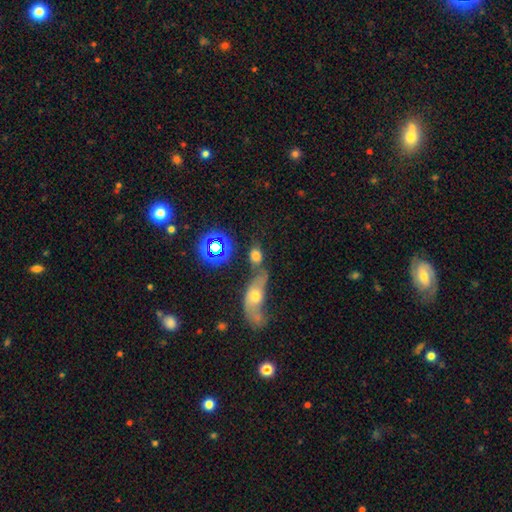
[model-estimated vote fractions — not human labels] Overall: smooth (64%). How rounded: in between (70%). Merging: merger (42%; none 39%).